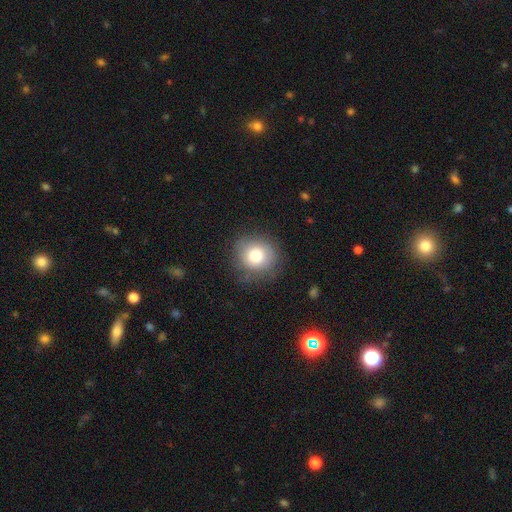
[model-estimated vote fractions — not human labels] This appears to be a smooth galaxy with no disk features (78%) that is round (85%). Merging: none (77%).